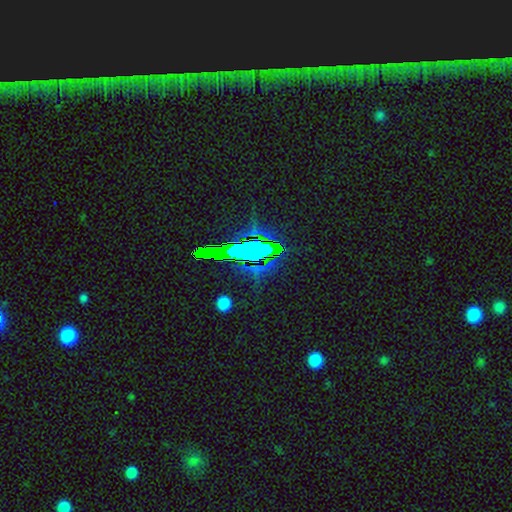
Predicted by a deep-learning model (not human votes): Morphology: type=star or artifact (77%).